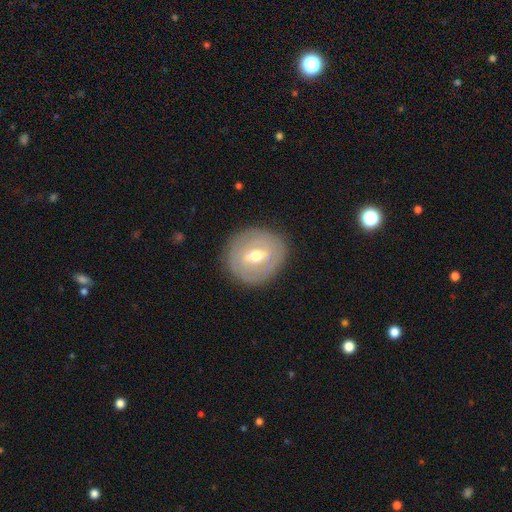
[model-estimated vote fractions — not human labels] Smooth or featured? featured or disk (64%)
Edge-on disk? no (94%)
Bar? weak (52%)
Spiral arms? yes (52%)
Bulge size? moderate (69%)
Merging? none (85%)